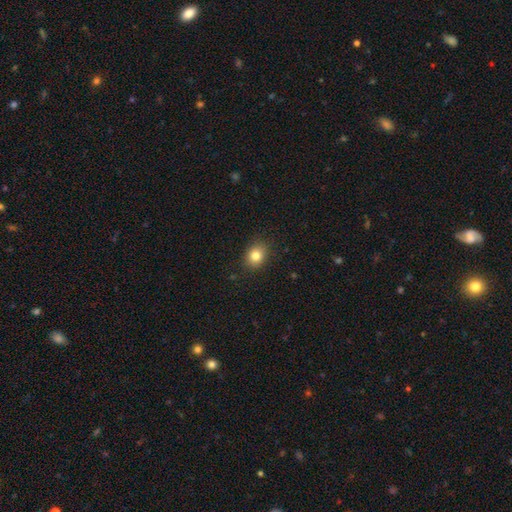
smooth-or-featured: smooth: 87% | star or artifact: 8% | featured or disk: 5%
  how-rounded: round: 64% | in between: 33% | cigar-shaped: 3%
  merging: none: 80% | minor disturbance: 14% | major disturbance: 6% | merger: 0%